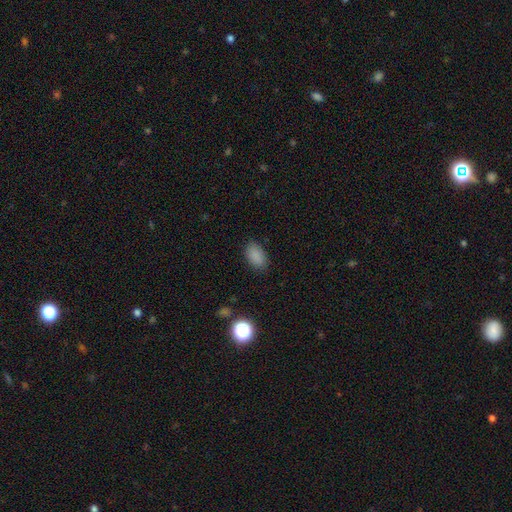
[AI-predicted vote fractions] Smooth or featured?
  - smooth: 86% *
  - star or artifact: 11%
  - featured or disk: 4%
How rounded?
  - in between: 92% *
  - round: 7%
  - cigar-shaped: 2%
Merging?
  - none: 84% *
  - minor disturbance: 12%
  - major disturbance: 3%
  - merger: 1%